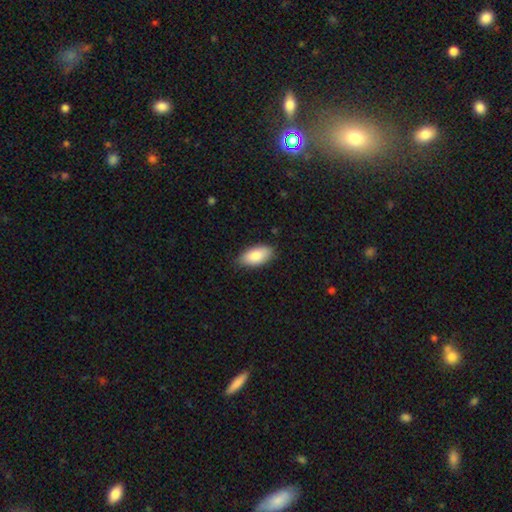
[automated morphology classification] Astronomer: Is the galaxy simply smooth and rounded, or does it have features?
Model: smooth — 85%.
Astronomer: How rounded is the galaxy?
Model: in between — 93%.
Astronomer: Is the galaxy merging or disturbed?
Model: none — 83%.